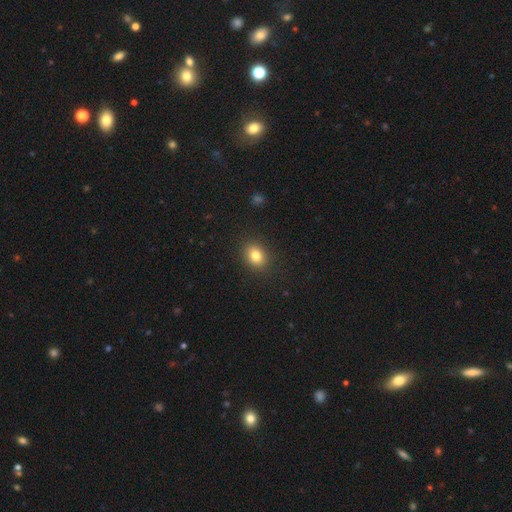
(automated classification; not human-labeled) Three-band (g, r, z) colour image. It shows a smooth galaxy with no disk features (82%) that is round (51%). Merging: none (89%).